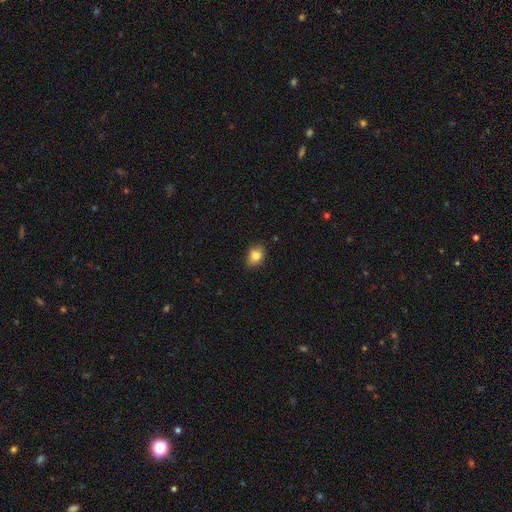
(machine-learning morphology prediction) A smooth galaxy with no disk features (82%) that is in between round and cigar-shaped (61%). Merging: none (82%).